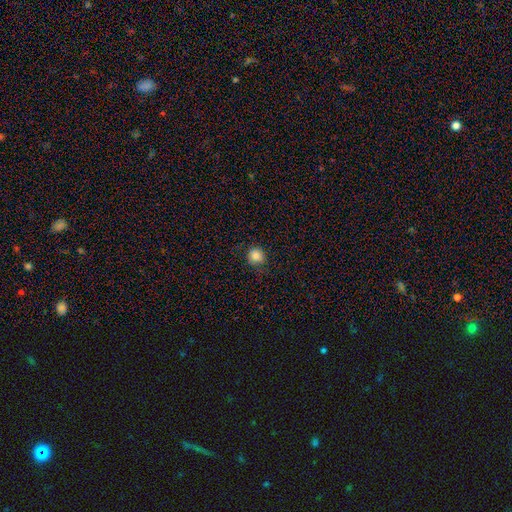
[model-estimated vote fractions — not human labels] smooth-or-featured: smooth: 83% | star or artifact: 11% | featured or disk: 5%
  how-rounded: round: 90% | in between: 9% | cigar-shaped: 1%
  merging: none: 85% | minor disturbance: 11% | major disturbance: 3% | merger: 1%